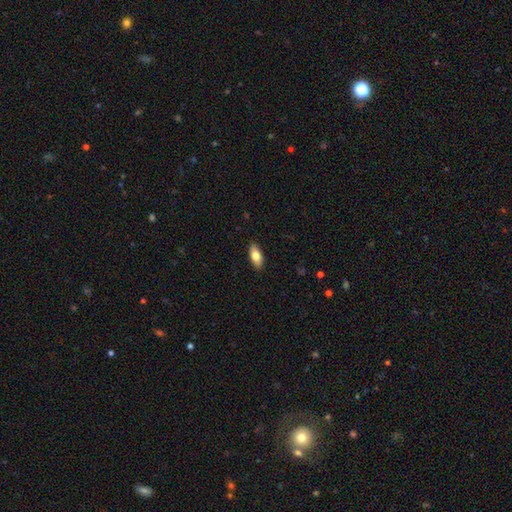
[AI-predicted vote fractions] smooth-or-featured: smooth: 74% | featured or disk: 20% | star or artifact: 6%
  how-rounded: in between: 83% | cigar-shaped: 14% | round: 3%
  merging: none: 90% | minor disturbance: 8% | major disturbance: 2% | merger: 1%